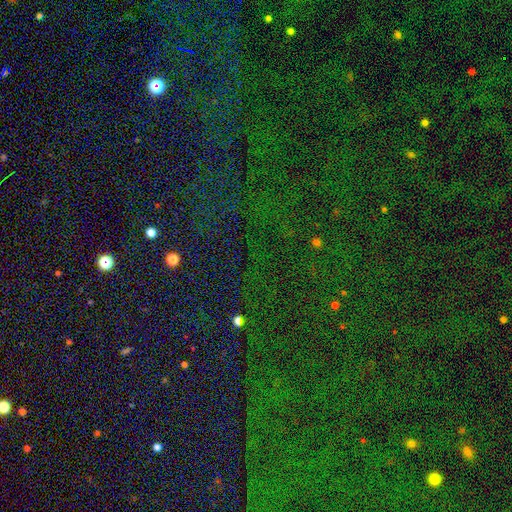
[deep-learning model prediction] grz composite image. It shows a star or artifact, not a galaxy (83%).